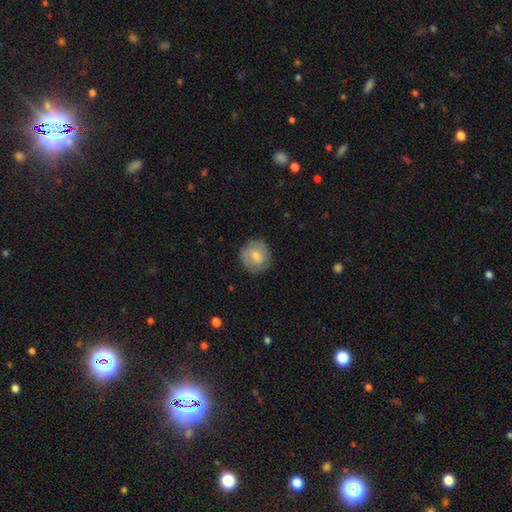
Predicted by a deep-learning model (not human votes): Smooth or featured?
  - smooth: 66% *
  - featured or disk: 27%
  - star or artifact: 7%
How rounded?
  - round: 86% *
  - in between: 13%
  - cigar-shaped: 1%
Merging?
  - none: 80% *
  - minor disturbance: 15%
  - major disturbance: 4%
  - merger: 1%